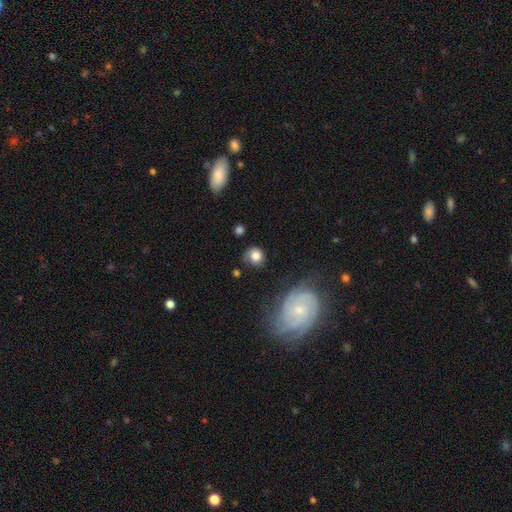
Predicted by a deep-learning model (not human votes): Smooth or featured? smooth (77%)
How rounded? round (83%)
Merging? none (66%)